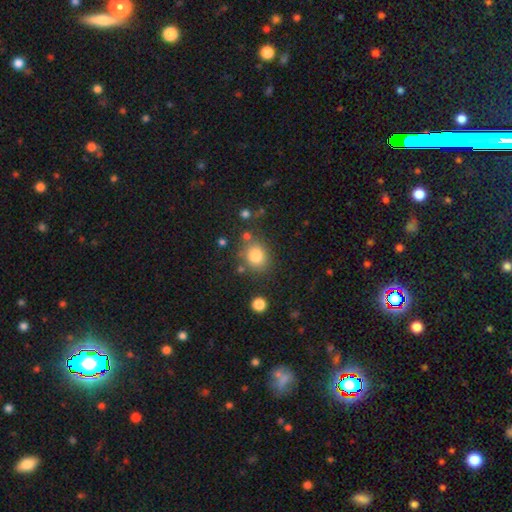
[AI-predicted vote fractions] The model was most divided on "how rounded": round: 69%, in between: 31%, cigar-shaped: 1%. More confident: smooth or featured — smooth (81%); merging — none (75%).